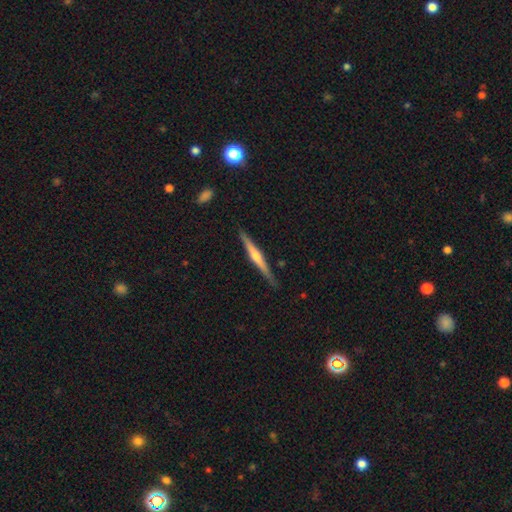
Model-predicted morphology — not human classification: Q: Smooth or featured?
A: featured or disk (73%); runner-up: smooth (22%)
Q: Edge-on disk?
A: yes (98%); runner-up: no (2%)
Q: Edge-on bulge?
A: rounded (84%); runner-up: none (11%)
Q: Merging?
A: none (89%); runner-up: minor disturbance (8%)